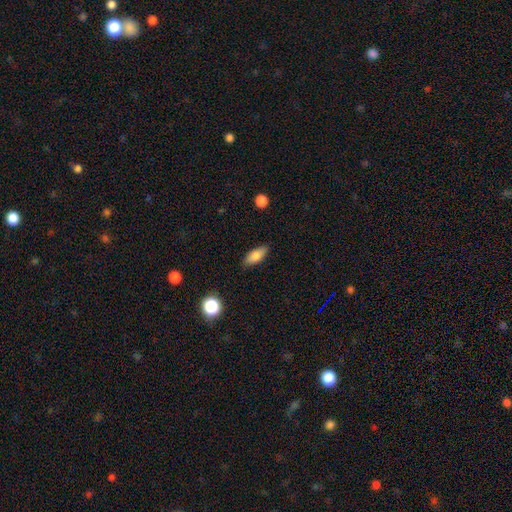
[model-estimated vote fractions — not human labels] Smooth or featured? Predicted: smooth (p=0.81). How rounded? Predicted: in between (p=0.80). Merging? Predicted: none (p=0.84).